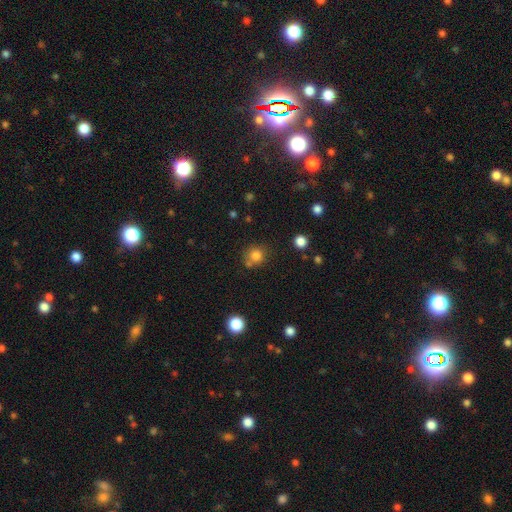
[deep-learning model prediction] A smooth galaxy with no disk features (81%) that is round (88%).

Vote fractions:
- Smooth or featured? smooth: 81% / star or artifact: 13% / featured or disk: 6%
- How rounded? round: 88% / in between: 11% / cigar-shaped: 1%
- Merging? none: 68% / merger: 15% / minor disturbance: 13% / major disturbance: 4%